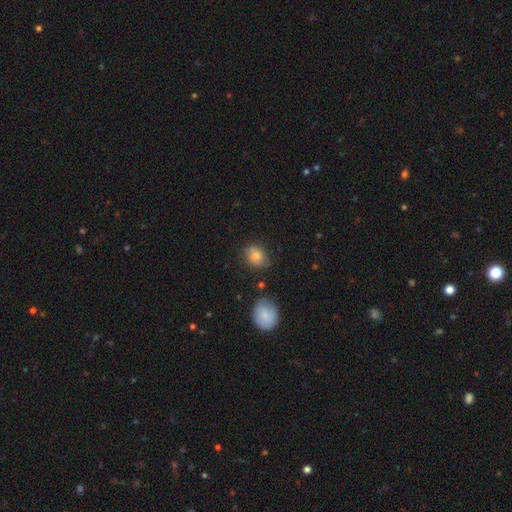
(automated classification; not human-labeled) smooth_or_featured: smooth (p=0.79) [alt: featured or disk p=0.11]
how_rounded: in between (p=0.56) [alt: round p=0.43]
merging: none (p=0.72) [alt: minor disturbance p=0.19]